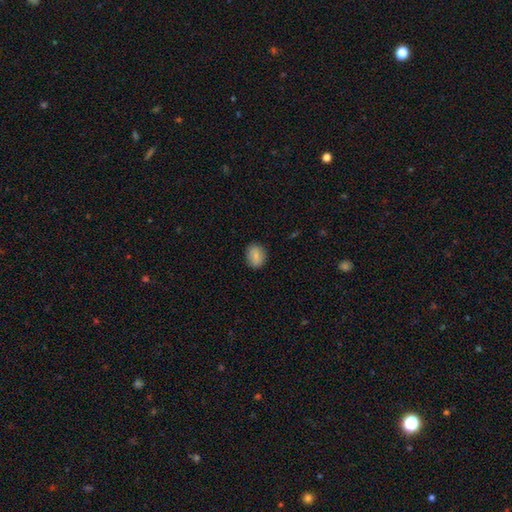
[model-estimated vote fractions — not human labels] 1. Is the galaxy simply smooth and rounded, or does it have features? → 83% smooth, 9% featured or disk, 8% star or artifact.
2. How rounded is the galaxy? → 55% round, 44% in between, 1% cigar-shaped.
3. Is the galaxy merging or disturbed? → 86% none, 10% minor disturbance, 3% major disturbance, 1% merger.